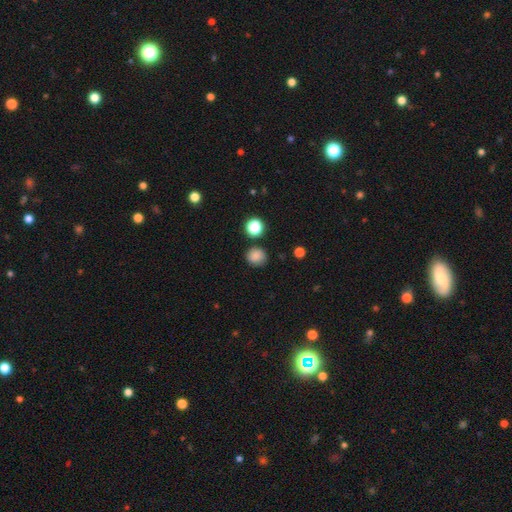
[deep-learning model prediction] smooth-or-featured: smooth: 84% | star or artifact: 12% | featured or disk: 4%
  how-rounded: round: 84% | in between: 15% | cigar-shaped: 1%
  merging: none: 82% | minor disturbance: 11% | merger: 4% | major disturbance: 3%